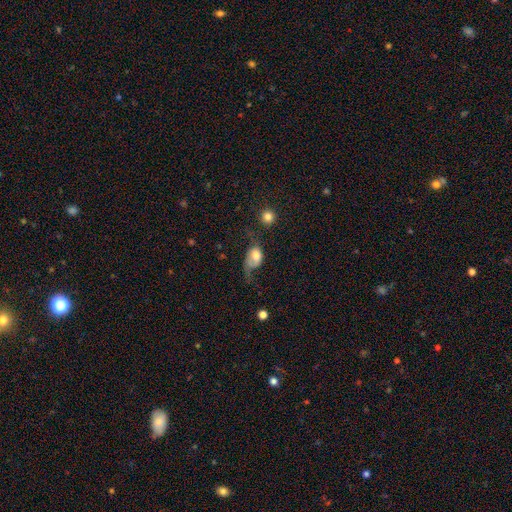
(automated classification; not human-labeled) smooth_or_featured: smooth (p=0.63) [alt: featured or disk p=0.28]
how_rounded: in between (p=0.75) [alt: round p=0.23]
merging: major disturbance (p=0.53) [alt: minor disturbance p=0.23]